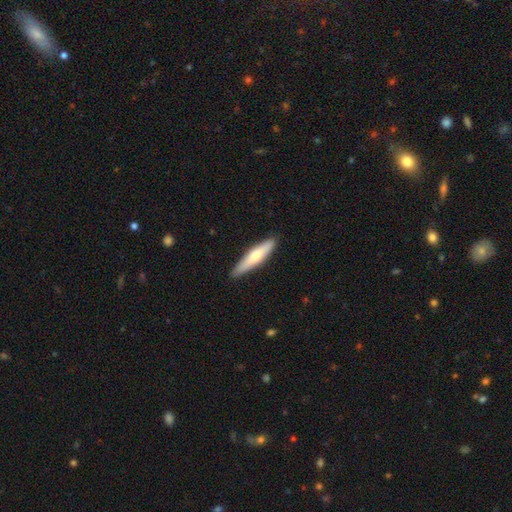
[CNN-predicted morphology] The model was most divided on "smooth or featured": smooth: 58%, featured or disk: 37%, star or artifact: 5%. More confident: merging — none (87%); how rounded — cigar-shaped (82%).